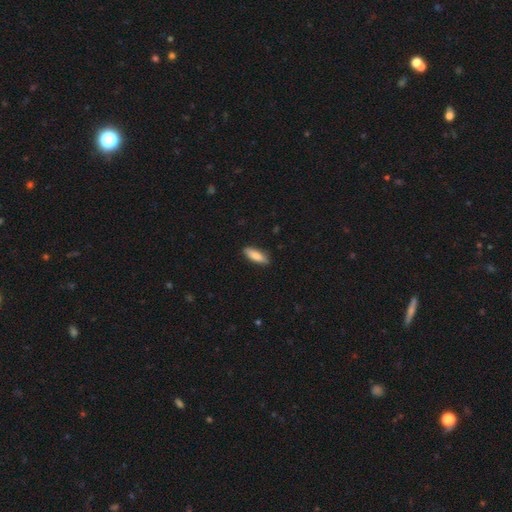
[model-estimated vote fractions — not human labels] This is clearly a smooth galaxy (81%). How rounded: possibly in between (53%). Merging: clearly none (87%).